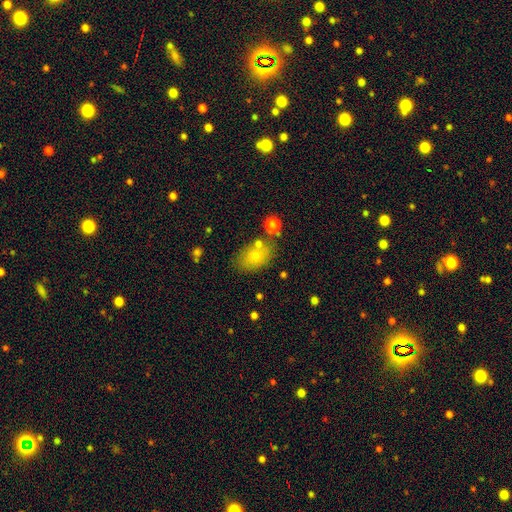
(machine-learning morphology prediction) Smooth or featured? smooth (74%)
How rounded? in between (84%)
Merging? none (67%)